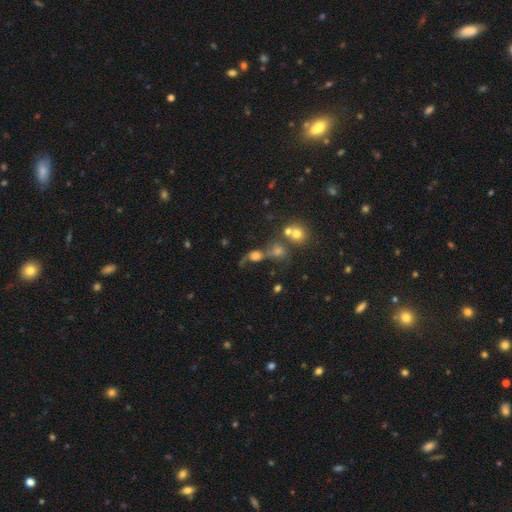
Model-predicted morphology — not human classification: Smooth or featured? smooth (42%)
Merging? merger (36%)